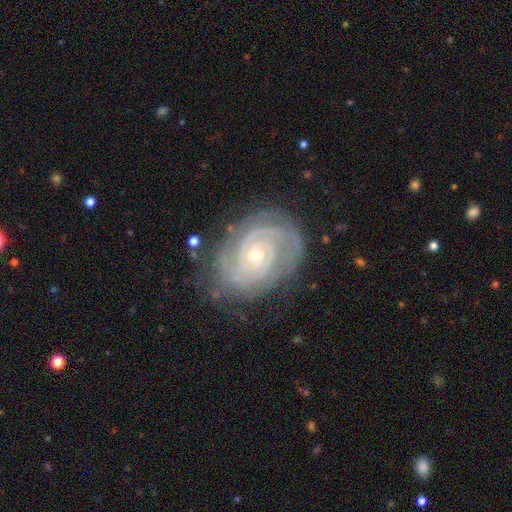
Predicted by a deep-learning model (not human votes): The model was most divided on "spiral arm count": 2: 44%, 3: 22%, can't tell: 15%, 4: 9%, more than 4: 5%, 1: 5%. More confident: spiral arms — yes (98%); edge-on disk — no (97%); smooth or featured — featured or disk (90%); spiral winding — tight (80%); merging — none (78%); bulge size — small (70%); bar — no (67%).